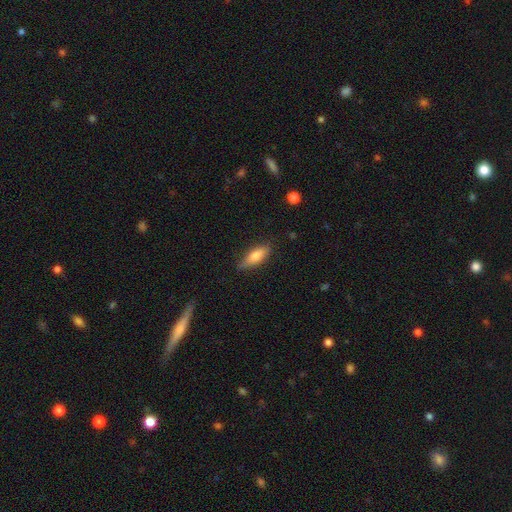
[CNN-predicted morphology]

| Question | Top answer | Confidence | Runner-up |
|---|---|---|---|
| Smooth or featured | smooth | 75% | featured or disk (19%) |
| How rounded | in between | 57% | cigar-shaped (40%) |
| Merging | none | 77% | minor disturbance (18%) |